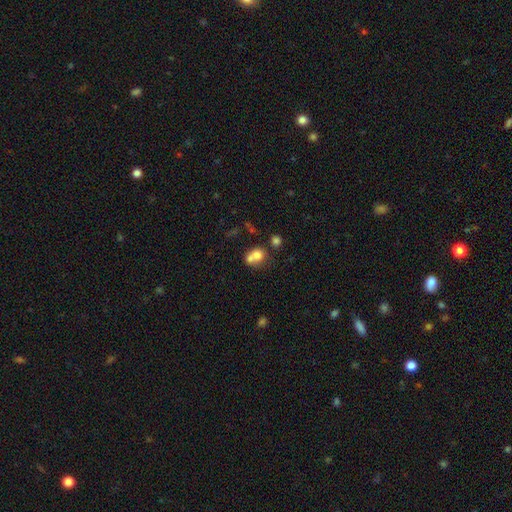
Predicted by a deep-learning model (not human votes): Smooth or featured?
  - smooth: 70% *
  - featured or disk: 18%
  - star or artifact: 11%
How rounded?
  - round: 62% *
  - in between: 37%
  - cigar-shaped: 1%
Merging?
  - merger: 61% *
  - none: 26%
  - minor disturbance: 8%
  - major disturbance: 5%